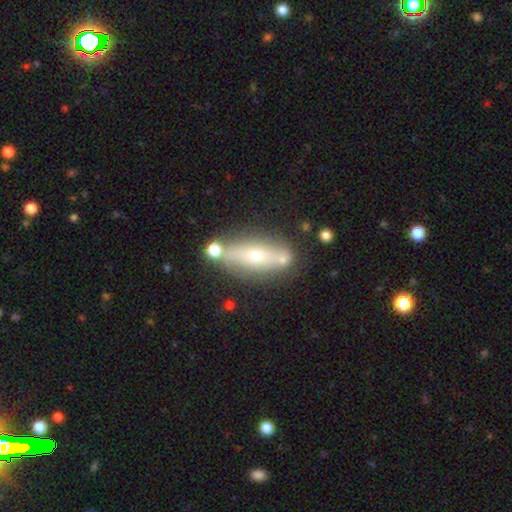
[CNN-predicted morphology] type=featured or disk (55%); edge-on=yes (53%); merging=none (66%).